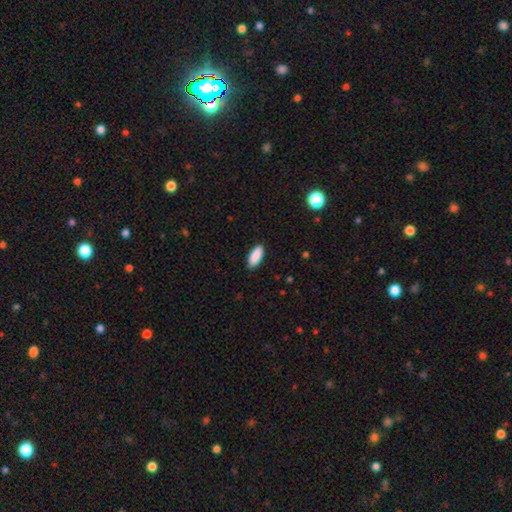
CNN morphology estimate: A smooth galaxy with no disk features (90%) that is in between round and cigar-shaped (83%).

Vote fractions:
- Smooth or featured? smooth: 90% / star or artifact: 6% / featured or disk: 4%
- How rounded? in between: 83% / cigar-shaped: 16% / round: 2%
- Merging? none: 89% / minor disturbance: 8% / major disturbance: 2% / merger: 1%